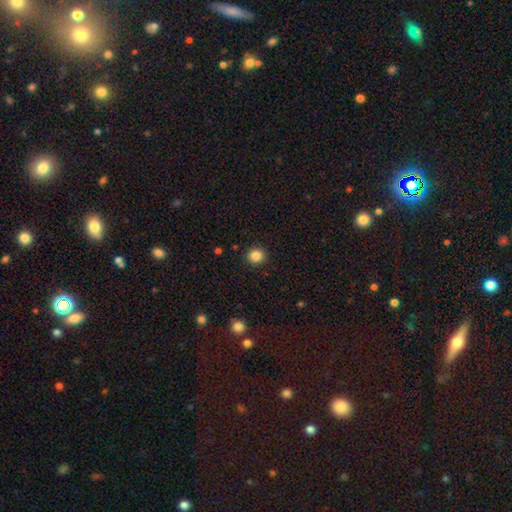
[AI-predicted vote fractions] smooth_or_featured: smooth (p=0.86) [alt: star or artifact p=0.10]
how_rounded: round (p=0.90) [alt: in between p=0.09]
merging: none (p=0.92) [alt: minor disturbance p=0.06]